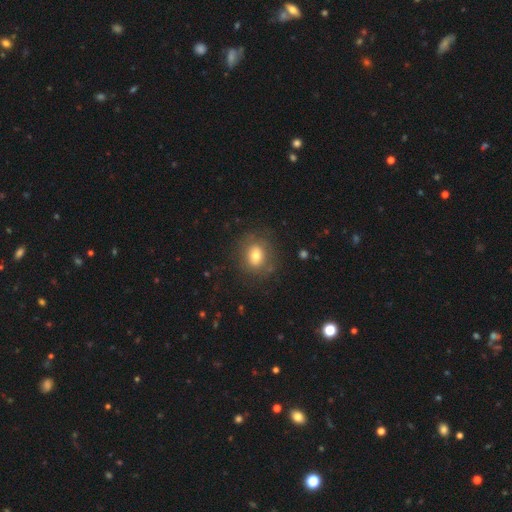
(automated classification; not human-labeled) This appears to be a smooth galaxy with no disk features (73%) that is round (67%). Merging: none (79%).